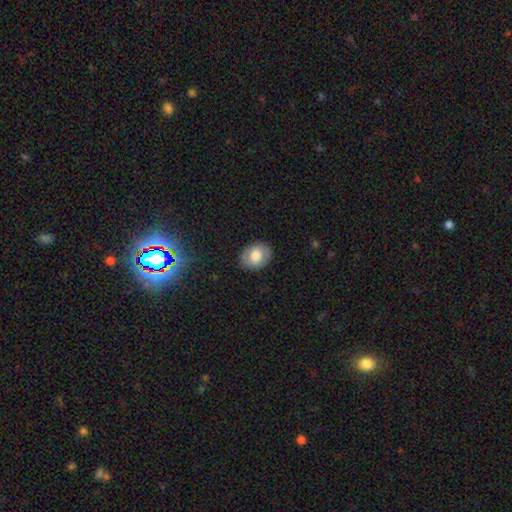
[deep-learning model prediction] Morphology: type=smooth (71%); roundness=in between (61%); merging=none (86%).